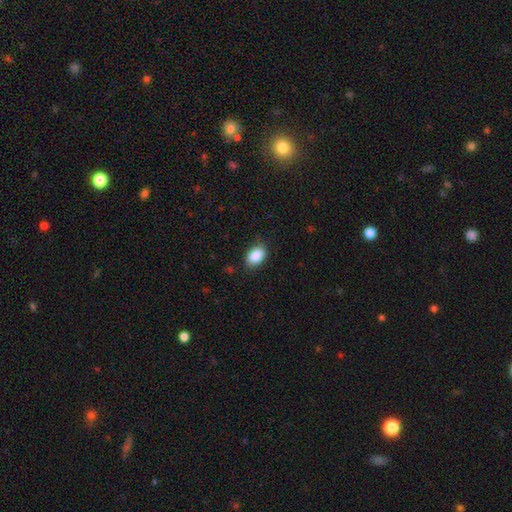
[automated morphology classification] smooth-or-featured: smooth: 87% | star or artifact: 8% | featured or disk: 5%
  how-rounded: in between: 84% | round: 15% | cigar-shaped: 1%
  merging: none: 84% | minor disturbance: 12% | major disturbance: 3% | merger: 1%